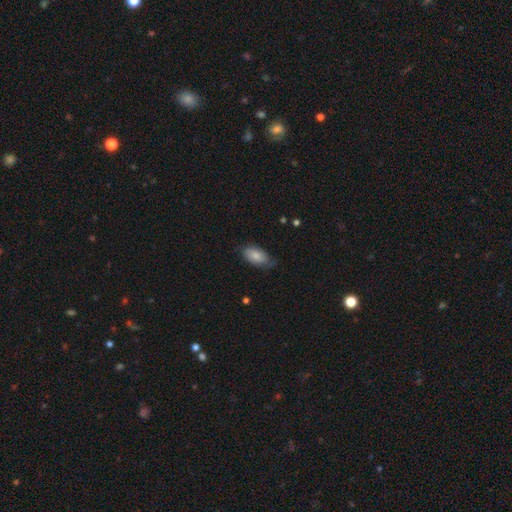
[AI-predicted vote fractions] smooth 78%, featured or disk 16%, star or artifact 6%. Down the decision tree: how rounded — in between (93%); merging — none (63%).